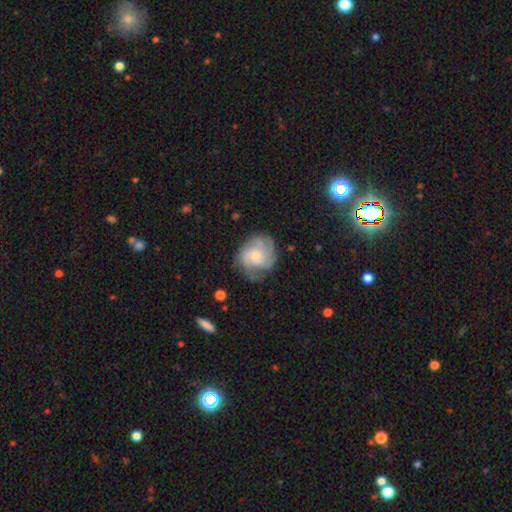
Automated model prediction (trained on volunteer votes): This is likely a featured or disk galaxy (67%). It is clearly not viewed edge-on (98%). Bar: likely no (75%). Spiral arm pattern: clearly yes (90%). Spiral arm count: marginally can't tell (34%). Spiral winding: possibly tight (46%). Central bulge: possibly small (51%). Merging: likely none (65%).